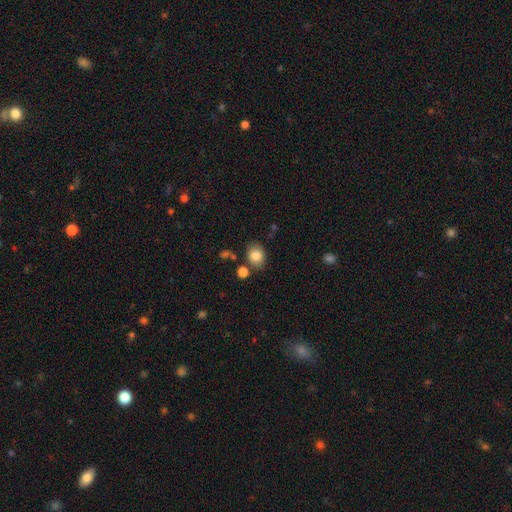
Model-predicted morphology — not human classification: type=smooth (84%); roundness=in between (54%); merging=none (75%).